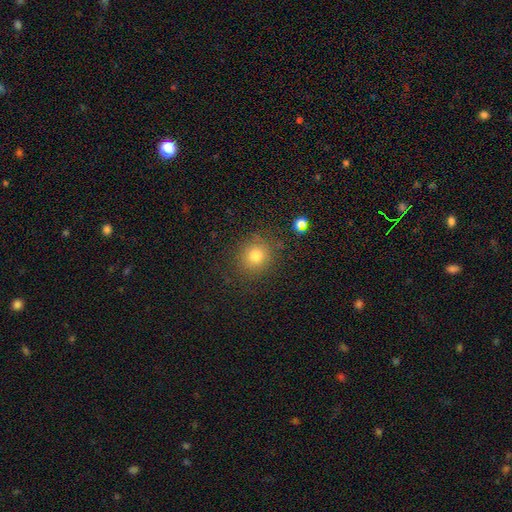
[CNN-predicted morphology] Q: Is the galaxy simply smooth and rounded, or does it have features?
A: smooth — 78%.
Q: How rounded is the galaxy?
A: round — 87%.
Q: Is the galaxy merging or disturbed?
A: none — 84%.